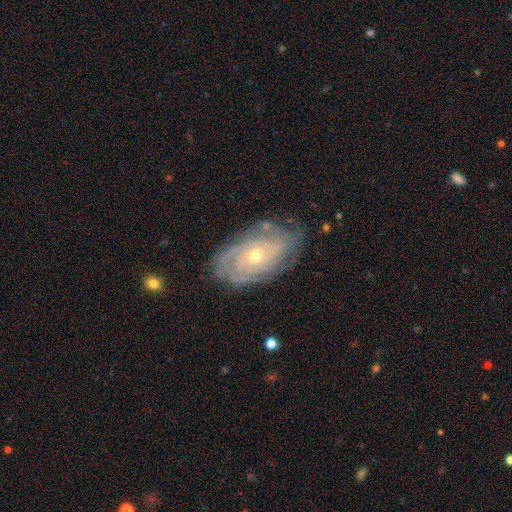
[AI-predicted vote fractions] smooth_or_featured: featured or disk (p=0.86) [alt: smooth p=0.08]
disk_edge_on: no (p=0.95) [alt: yes p=0.05]
bar: no (p=0.75) [alt: weak p=0.20]
has_spiral_arms: yes (p=0.95) [alt: no p=0.05]
spiral_winding: tight (p=0.78) [alt: medium p=0.18]
spiral_arm_count: can't tell (p=0.33) [alt: 3 p=0.21]
bulge_size: small (p=0.60) [alt: moderate p=0.37]
merging: none (p=0.76) [alt: minor disturbance p=0.17]